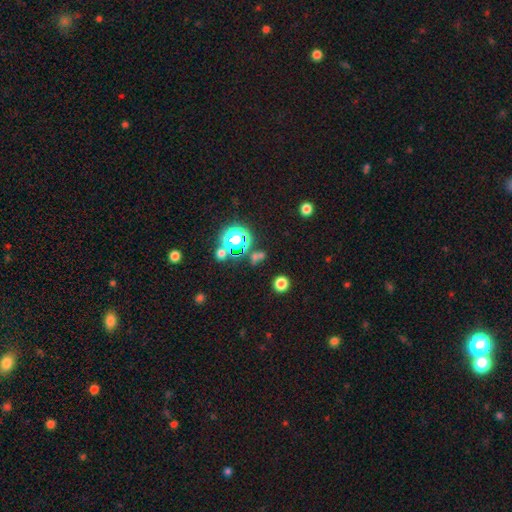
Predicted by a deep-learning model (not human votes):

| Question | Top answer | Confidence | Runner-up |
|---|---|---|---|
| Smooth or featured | star or artifact | 56% | smooth (35%) |